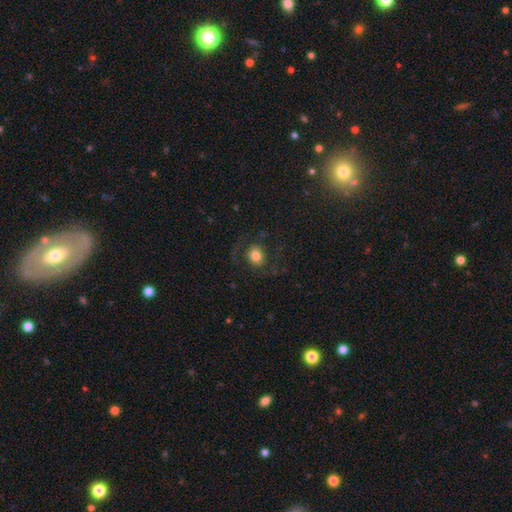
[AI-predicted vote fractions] This appears to be a smooth galaxy with no disk features (69%) that is round (66%). Merging: none (74%).